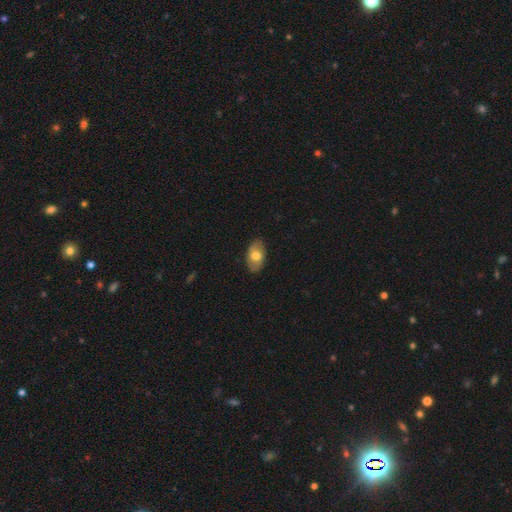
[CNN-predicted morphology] Smooth or featured? Predicted: smooth (p=0.64). How rounded? Predicted: in between (p=0.92). Merging? Predicted: none (p=0.84).